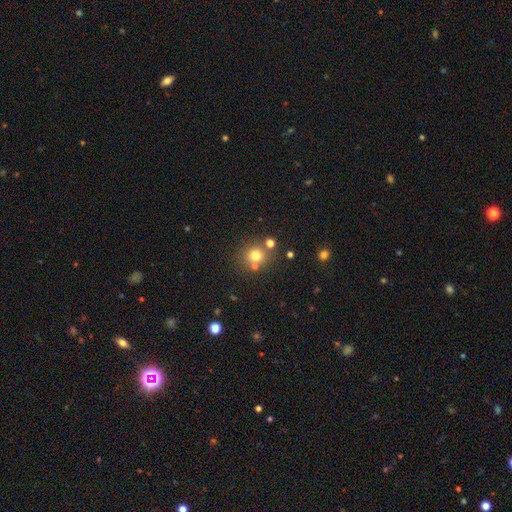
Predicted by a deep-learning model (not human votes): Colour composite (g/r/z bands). It shows a smooth galaxy with no disk features (74%) that is round (89%). Merging: none (71%).